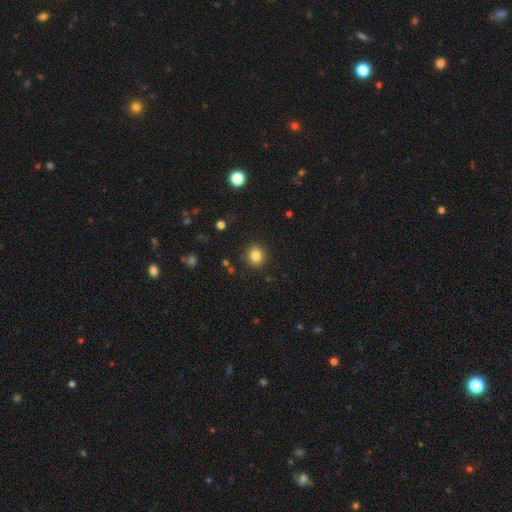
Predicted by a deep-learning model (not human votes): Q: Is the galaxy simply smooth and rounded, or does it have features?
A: smooth — 83%.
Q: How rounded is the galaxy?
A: round — 90%.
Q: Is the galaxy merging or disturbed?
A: none — 90%.